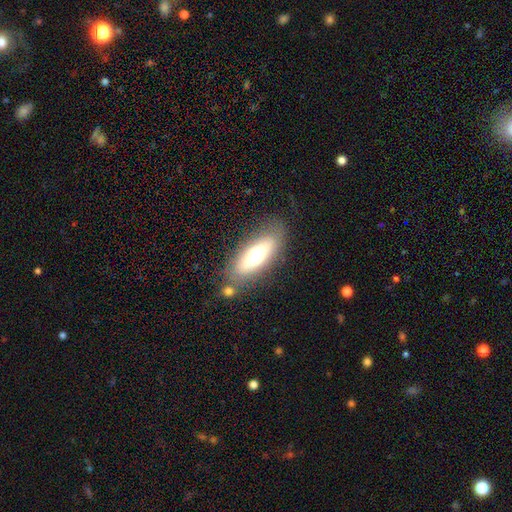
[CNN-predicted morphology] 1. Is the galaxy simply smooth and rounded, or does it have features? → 57% smooth, 34% featured or disk, 9% star or artifact.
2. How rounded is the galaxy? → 63% in between, 33% cigar-shaped, 4% round.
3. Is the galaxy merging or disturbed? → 73% none, 14% minor disturbance, 7% merger, 6% major disturbance.